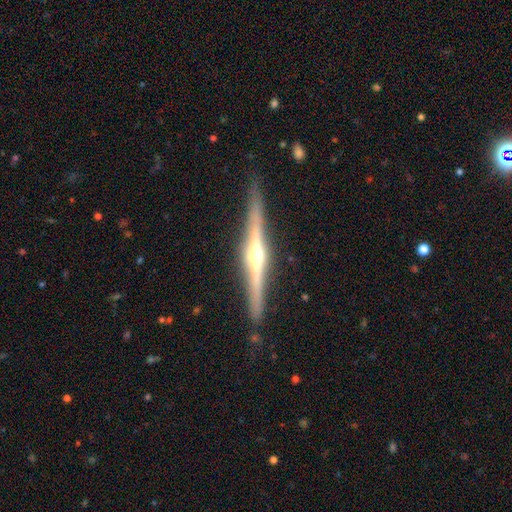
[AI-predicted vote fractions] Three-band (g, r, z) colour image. It shows a featured or disk galaxy (86%) viewed edge-on (98%) with a rounded central bulge (87%). Merging: none (90%).